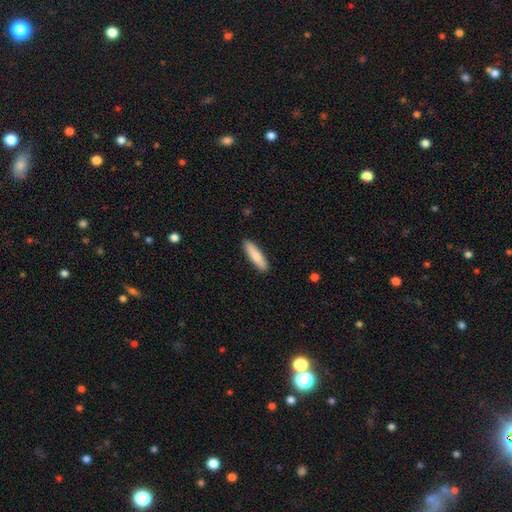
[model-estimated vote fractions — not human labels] smooth_or_featured: smooth (p=0.84) [alt: featured or disk p=0.11]
how_rounded: cigar-shaped (p=0.75) [alt: in between p=0.24]
merging: none (p=0.91) [alt: minor disturbance p=0.07]